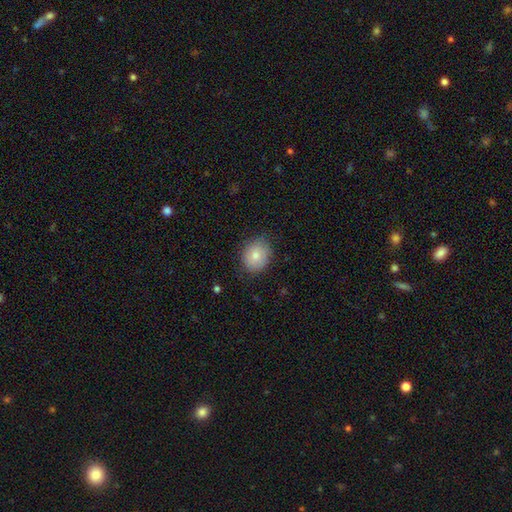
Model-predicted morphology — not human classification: Q: Smooth or featured?
A: smooth (77%); runner-up: featured or disk (15%)
Q: How rounded?
A: round (58%); runner-up: in between (41%)
Q: Merging?
A: none (78%); runner-up: minor disturbance (17%)